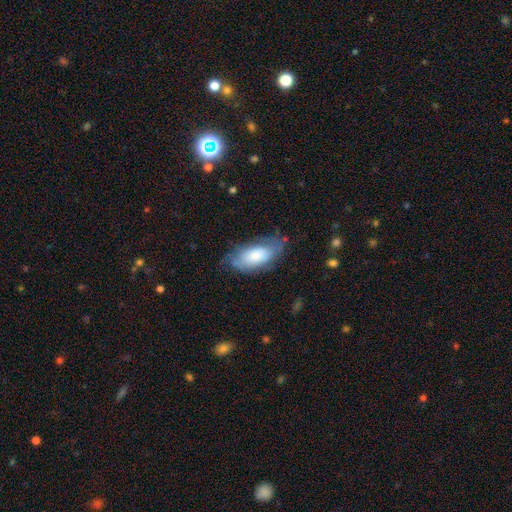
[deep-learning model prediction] Overall: smooth (67%). How rounded: in between (90%). Merging: none (59%; minor disturbance 28%).